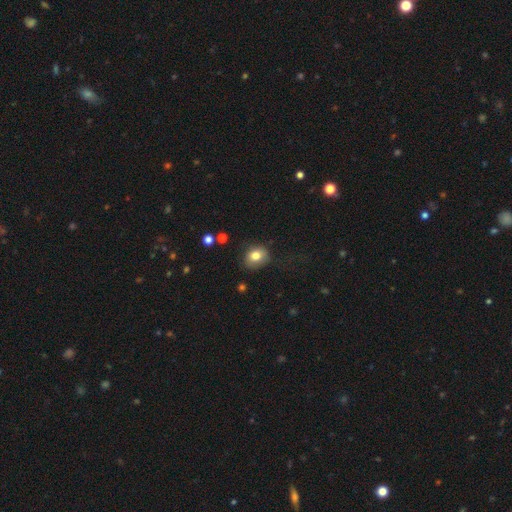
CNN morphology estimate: smooth_or_featured: smooth (p=0.80) [alt: featured or disk p=0.10]
how_rounded: round (p=0.53) [alt: in between p=0.47]
merging: none (p=0.72) [alt: minor disturbance p=0.20]